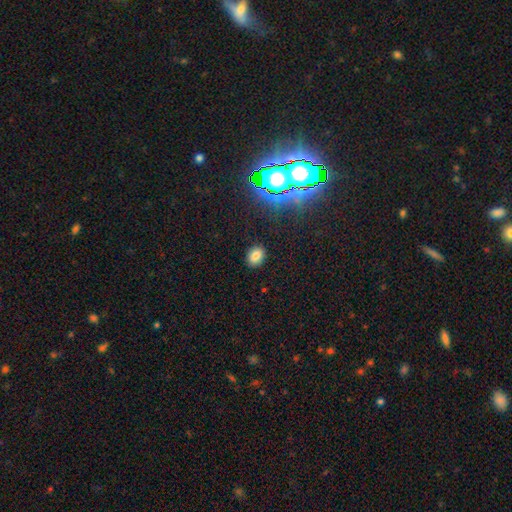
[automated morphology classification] smooth_or_featured: smooth (p=0.76) [alt: star or artifact p=0.17]
how_rounded: in between (p=0.63) [alt: round p=0.35]
merging: none (p=0.88) [alt: minor disturbance p=0.08]